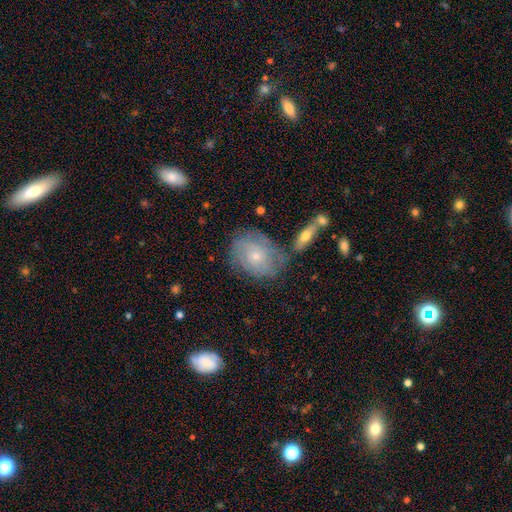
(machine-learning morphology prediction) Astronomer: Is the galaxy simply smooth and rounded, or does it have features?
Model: featured or disk — 49% (runner-up: smooth, 43%).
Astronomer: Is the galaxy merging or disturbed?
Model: none — 64%.